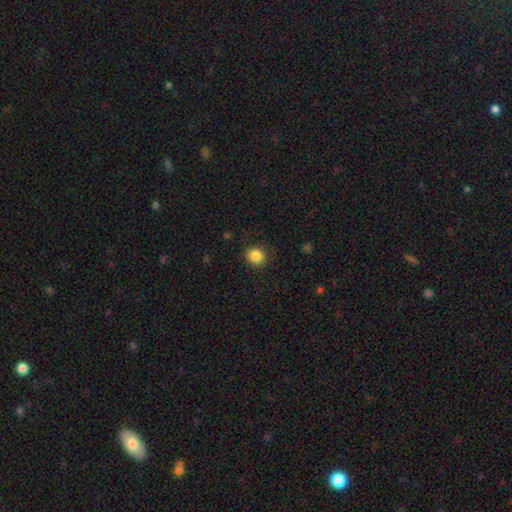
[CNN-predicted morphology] A smooth galaxy with no disk features (85%) that is round (80%).

Vote fractions:
- Smooth or featured? smooth: 85% / star or artifact: 10% / featured or disk: 5%
- How rounded? round: 80% / in between: 19% / cigar-shaped: 1%
- Merging? none: 88% / minor disturbance: 8% / major disturbance: 3% / merger: 1%